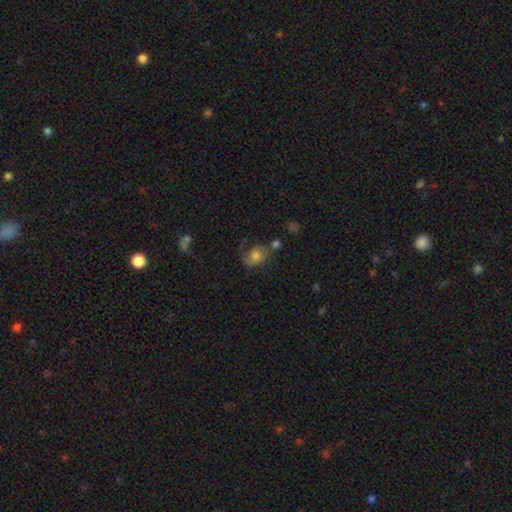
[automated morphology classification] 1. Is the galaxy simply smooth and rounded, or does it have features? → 56% smooth, 32% featured or disk, 12% star or artifact.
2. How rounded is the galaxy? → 57% in between, 42% round, 1% cigar-shaped.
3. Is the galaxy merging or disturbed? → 33% none, 26% major disturbance, 24% minor disturbance, 17% merger.